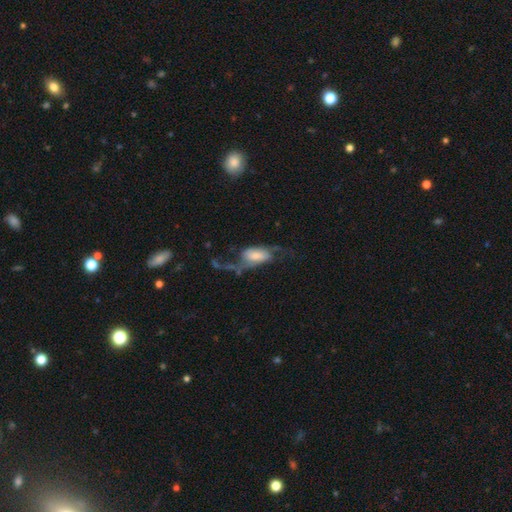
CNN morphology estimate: Q: Smooth or featured?
A: featured or disk (57%); runner-up: smooth (36%)
Q: Edge-on disk?
A: no (92%); runner-up: yes (8%)
Q: Bar?
A: no (48%); runner-up: weak (34%)
Q: Spiral arms?
A: yes (78%); runner-up: no (22%)
Q: Bulge size?
A: small (35%); runner-up: moderate (31%)
Q: Merging?
A: major disturbance (48%); runner-up: none (29%)